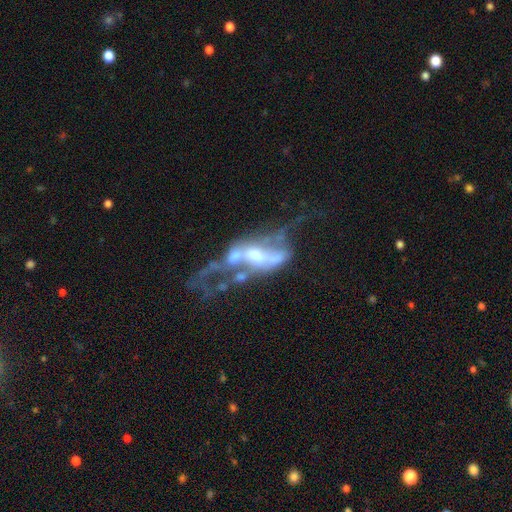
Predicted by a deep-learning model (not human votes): Smooth or featured: featured or disk — 77% (smooth — 13%)
Edge-on disk: no — 90% (yes — 10%)
Bar: no — 54% (weak — 26%)
Spiral arms: yes — 55% (no — 45%)
Bulge size: moderate — 55% (small — 26%)
Merging: merger — 43% (major disturbance — 30%)